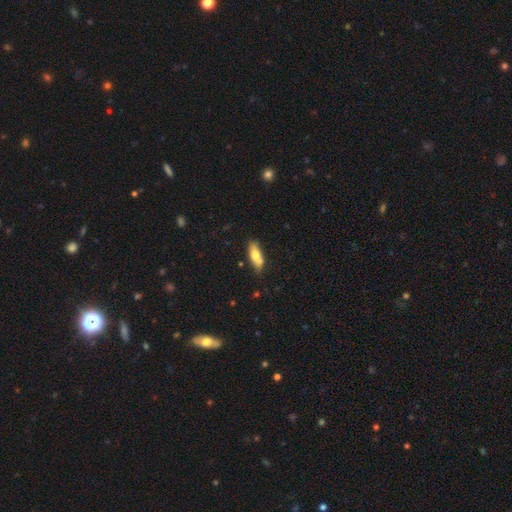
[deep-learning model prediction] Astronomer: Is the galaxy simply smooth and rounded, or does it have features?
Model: smooth — 68%.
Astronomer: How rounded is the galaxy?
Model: in between — 63%.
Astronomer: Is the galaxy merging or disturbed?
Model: none — 72%.